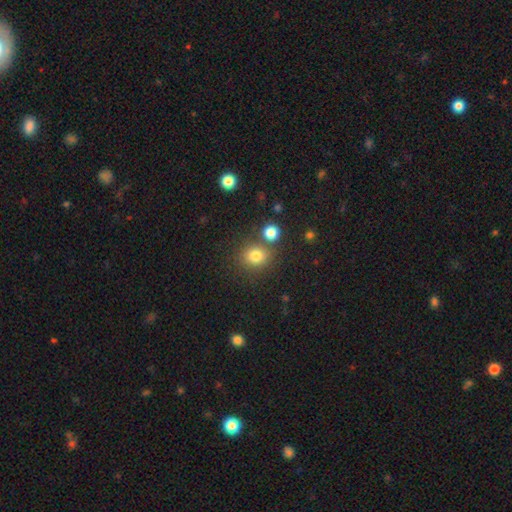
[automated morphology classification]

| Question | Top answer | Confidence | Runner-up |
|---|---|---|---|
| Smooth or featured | smooth | 79% | star or artifact (14%) |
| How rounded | round | 75% | in between (24%) |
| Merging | none | 71% | merger (16%) |